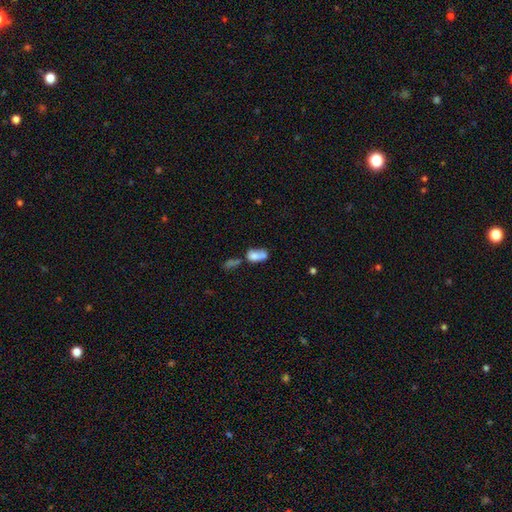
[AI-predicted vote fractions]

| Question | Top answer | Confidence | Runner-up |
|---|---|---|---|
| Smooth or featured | smooth | 68% | featured or disk (22%) |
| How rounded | in between | 80% | round (13%) |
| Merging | merger | 50% | none (23%) |